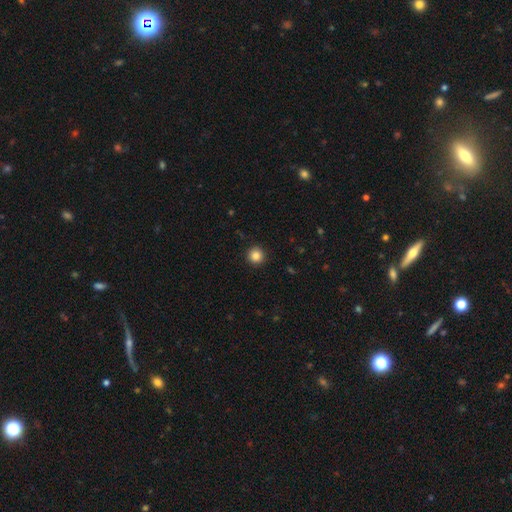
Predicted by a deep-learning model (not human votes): smooth_or_featured: smooth (p=0.85) [alt: star or artifact p=0.10]
how_rounded: round (p=0.95) [alt: in between p=0.04]
merging: none (p=0.93) [alt: minor disturbance p=0.05]